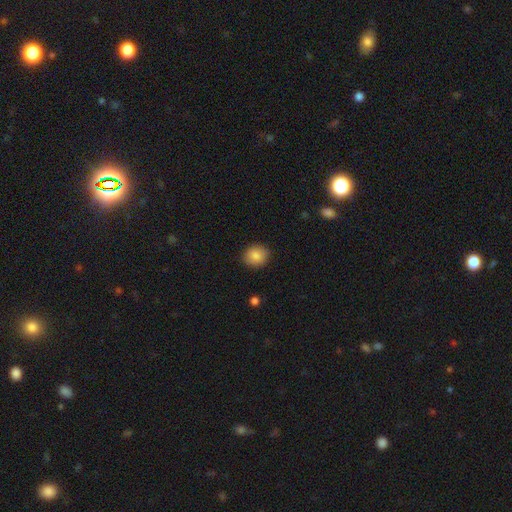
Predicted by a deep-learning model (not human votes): This is clearly a smooth galaxy (87%). How rounded: likely round (71%). Merging: clearly none (89%).